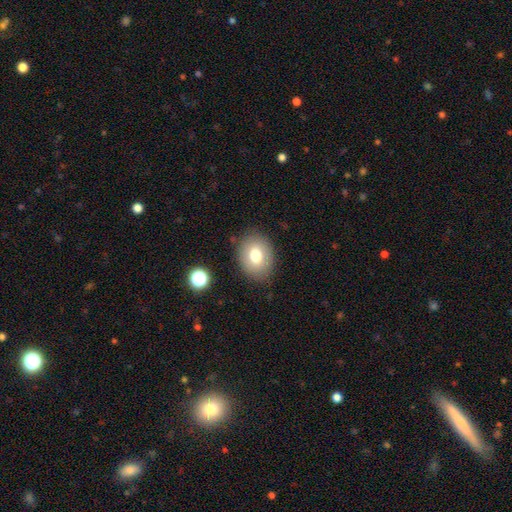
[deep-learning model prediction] Q: Smooth or featured?
A: smooth (74%); runner-up: featured or disk (17%)
Q: How rounded?
A: in between (64%); runner-up: round (35%)
Q: Merging?
A: none (83%); runner-up: minor disturbance (12%)